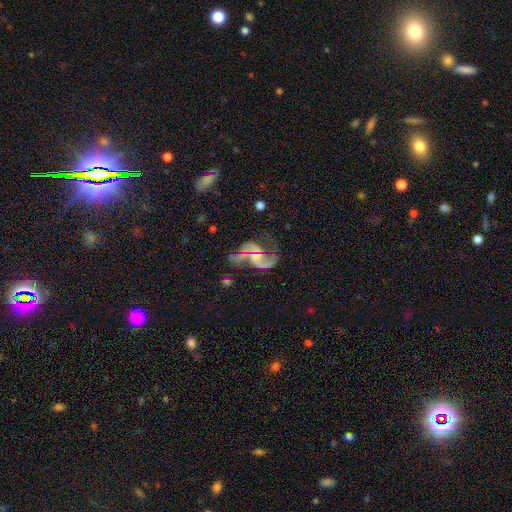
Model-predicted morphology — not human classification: Smooth or featured: featured or disk — 82% (smooth — 9%)
Edge-on disk: no — 98% (yes — 2%)
Bar: no — 53% (weak — 37%)
Spiral arms: yes — 90% (no — 10%)
Spiral winding: loose — 61% (medium — 32%)
Spiral arm count: 2 — 75% (1 — 14%)
Bulge size: small — 50% (moderate — 25%)
Merging: none — 35% (major disturbance — 32%)